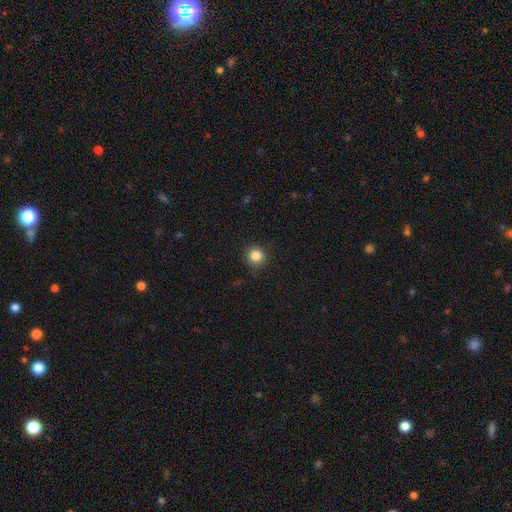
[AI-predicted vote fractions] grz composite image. It shows a smooth galaxy with no disk features (84%) that is round (93%). Merging: none (90%).